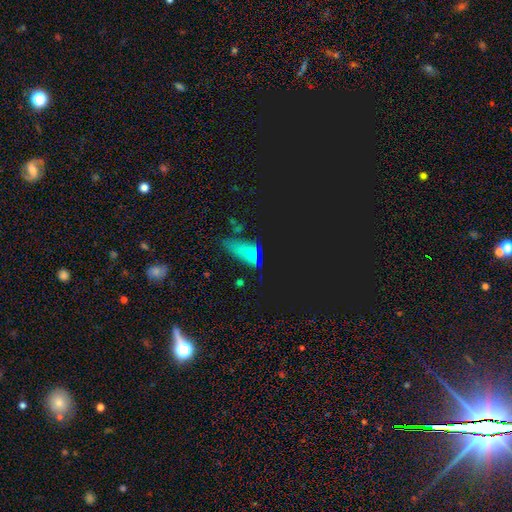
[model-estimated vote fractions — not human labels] Smooth or featured? star or artifact (53%)